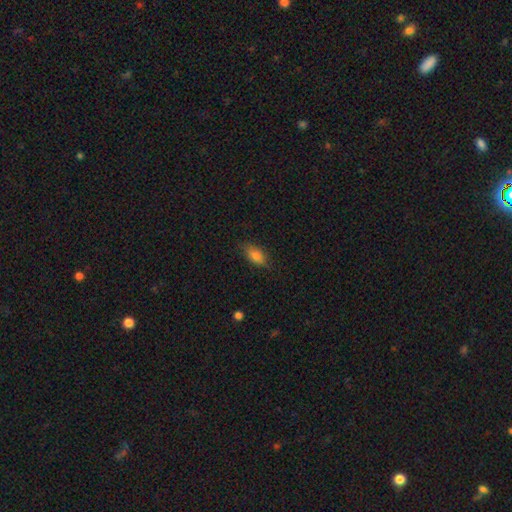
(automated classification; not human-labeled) smooth 83%, star or artifact 9%, featured or disk 8%. Down the decision tree: how rounded — in between (87%); merging — none (81%).